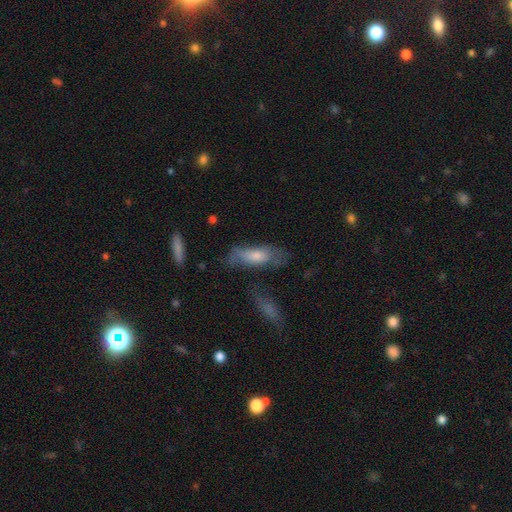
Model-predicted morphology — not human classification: This is possibly a smooth galaxy (57%). How rounded: possibly in between (59%). Merging: possibly none (49%).